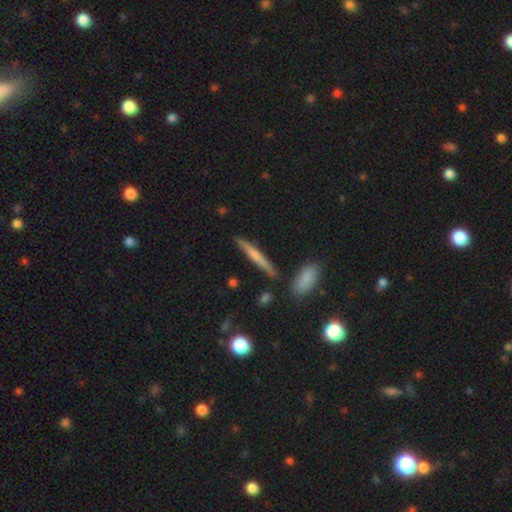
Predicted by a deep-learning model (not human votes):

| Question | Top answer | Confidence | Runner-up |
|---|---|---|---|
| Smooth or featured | smooth | 51% | featured or disk (42%) |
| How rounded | cigar-shaped | 92% | in between (5%) |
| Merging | none | 84% | minor disturbance (10%) |